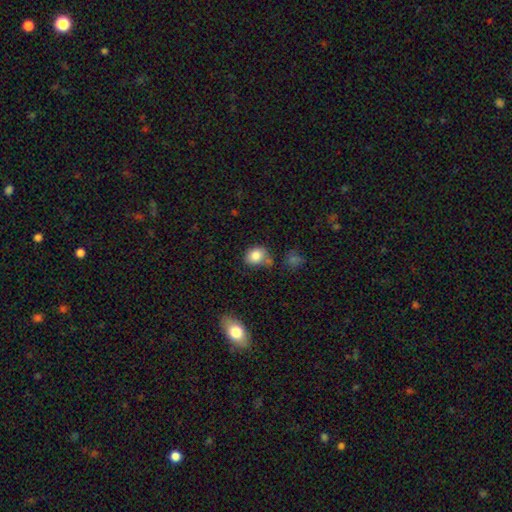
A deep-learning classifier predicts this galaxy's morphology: smooth-or-featured: smooth: 84% | star or artifact: 9% | featured or disk: 7%
  how-rounded: round: 50% | in between: 49% | cigar-shaped: 1%
  merging: none: 58% | minor disturbance: 25% | merger: 11% | major disturbance: 7%